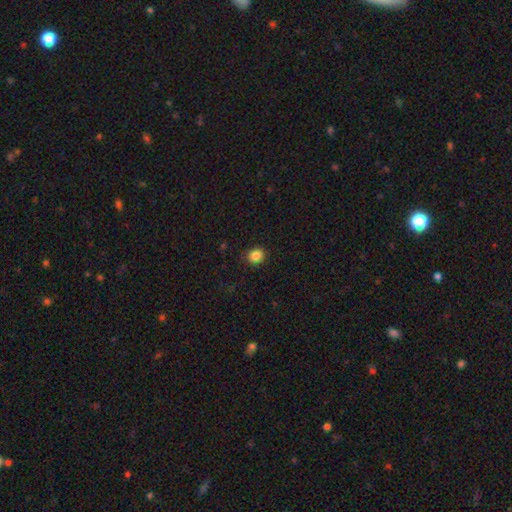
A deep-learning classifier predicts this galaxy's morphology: A smooth galaxy with no disk features (85%) that is round (79%).

Vote fractions:
- Smooth or featured? smooth: 85% / star or artifact: 11% / featured or disk: 4%
- How rounded? round: 79% / in between: 20% / cigar-shaped: 1%
- Merging? none: 89% / minor disturbance: 8% / major disturbance: 2% / merger: 1%